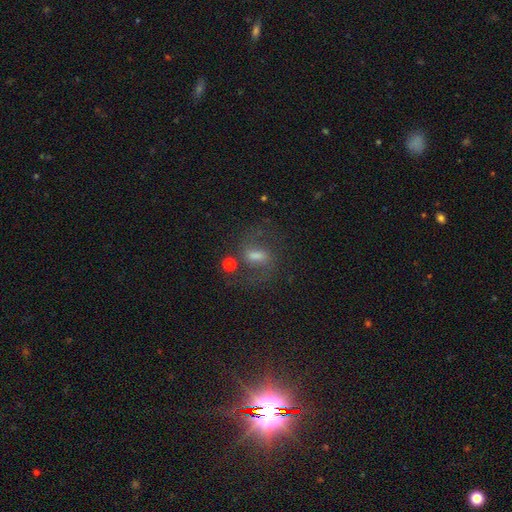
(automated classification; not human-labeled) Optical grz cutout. It shows a featured or disk galaxy (57%) with a weak bar (51%), spiral arms (85%) and a moderate central bulge (42%). Merging: none (66%).